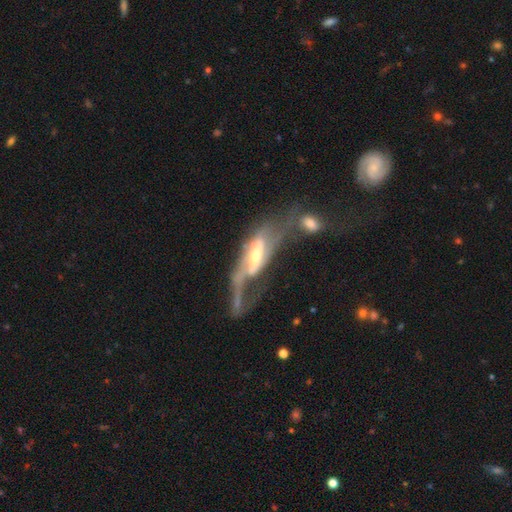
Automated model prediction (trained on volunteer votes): Smooth or featured? Predicted: featured or disk (p=0.77). Edge-on disk? Predicted: no (p=0.77). Bar? Predicted: strong (p=0.39). Spiral arms? Predicted: yes (p=0.76). Bulge size? Predicted: moderate (p=0.53). Merging? Predicted: major disturbance (p=0.37, tied with merger).